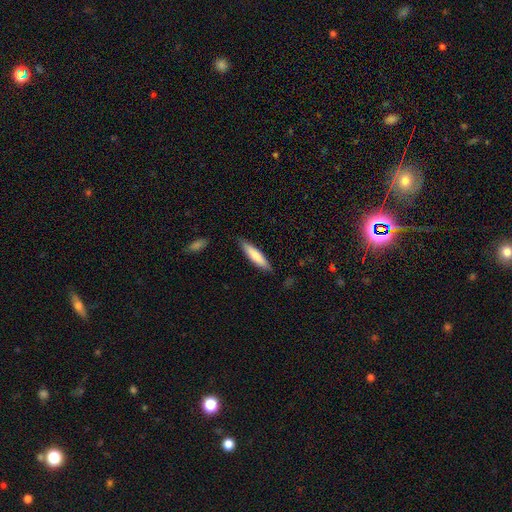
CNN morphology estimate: The model was most divided on "how rounded": cigar-shaped: 79%, in between: 20%, round: 1%. More confident: merging — none (85%); smooth or featured — smooth (79%).